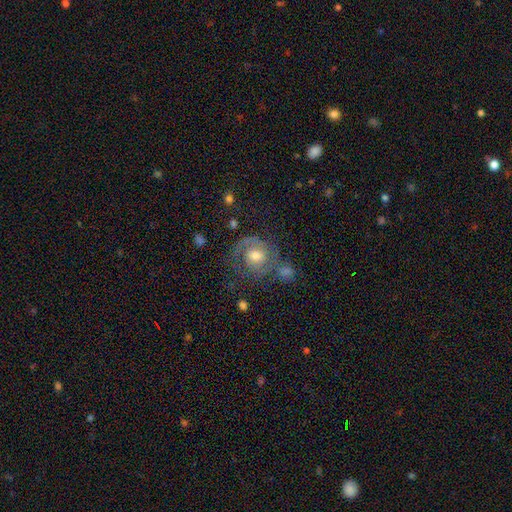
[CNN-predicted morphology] Smooth or featured?
  - featured or disk: 71% *
  - smooth: 21%
  - star or artifact: 8%
Edge-on disk?
  - no: 98% *
  - yes: 2%
Bar?
  - no: 65% *
  - weak: 29%
  - strong: 5%
Spiral arms?
  - yes: 88% *
  - no: 12%
Spiral winding?
  - tight: 49% *
  - medium: 38%
  - loose: 12%
Spiral arm count?
  - 2: 58% *
  - 1: 22%
  - can't tell: 13%
  - 3: 3%
  - 4: 2%
  - more than 4: 2%
Bulge size?
  - moderate: 70% *
  - small: 14%
  - large: 13%
  - none: 2%
  - dominant: 1%
Merging?
  - none: 54% *
  - minor disturbance: 18%
  - major disturbance: 15%
  - merger: 12%